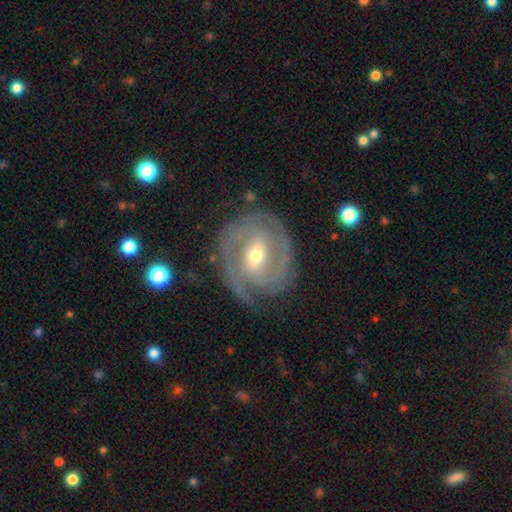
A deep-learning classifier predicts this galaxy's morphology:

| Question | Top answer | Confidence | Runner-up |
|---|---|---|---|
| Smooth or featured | featured or disk | 88% | smooth (7%) |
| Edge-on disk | no | 97% | yes (3%) |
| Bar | weak | 47% | strong (31%) |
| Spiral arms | yes | 96% | no (4%) |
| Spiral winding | tight | 62% | medium (31%) |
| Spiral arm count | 2 | 61% | 3 (15%) |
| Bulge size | moderate | 58% | small (37%) |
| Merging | none | 77% | minor disturbance (15%) |